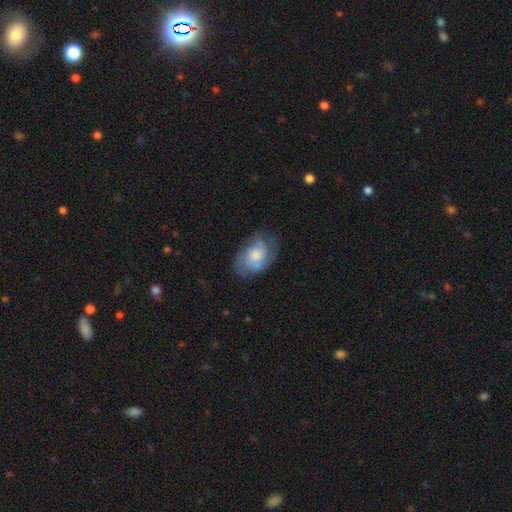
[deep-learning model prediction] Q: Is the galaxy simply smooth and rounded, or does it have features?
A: smooth — 47%.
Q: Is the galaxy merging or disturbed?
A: none — 59%.